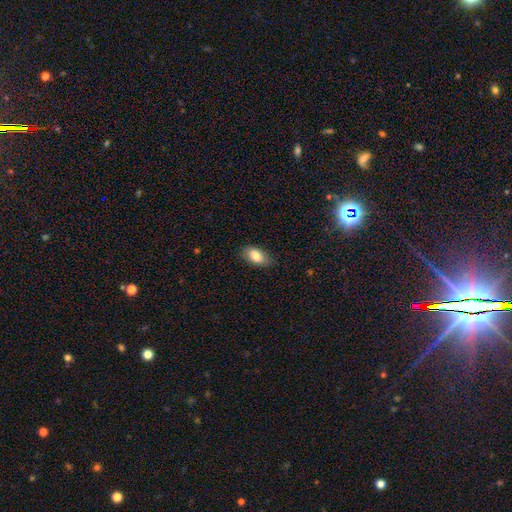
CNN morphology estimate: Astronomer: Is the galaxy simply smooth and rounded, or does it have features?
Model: smooth — 83%.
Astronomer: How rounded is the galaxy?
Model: in between — 92%.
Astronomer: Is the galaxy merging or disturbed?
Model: none — 80%.